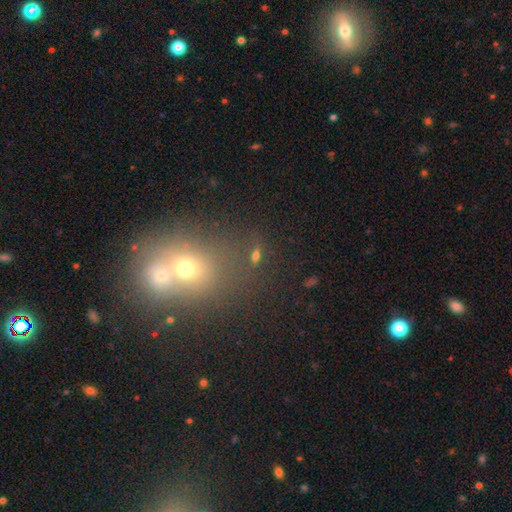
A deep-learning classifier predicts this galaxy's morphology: smooth-or-featured: smooth: 60% | star or artifact: 27% | featured or disk: 13%
  how-rounded: in between: 62% | round: 25% | cigar-shaped: 12%
  merging: none: 72% | minor disturbance: 12% | merger: 9% | major disturbance: 7%